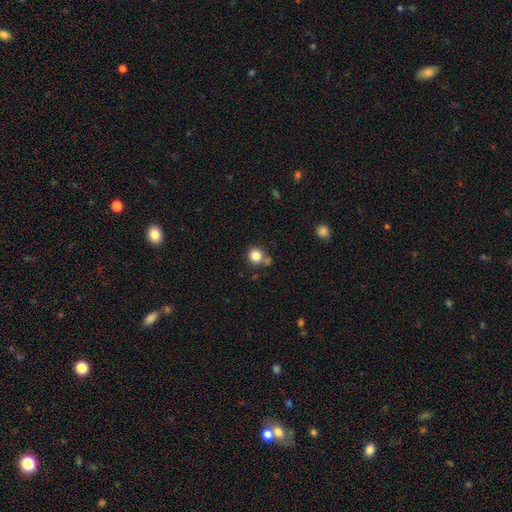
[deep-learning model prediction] Morphology: type=smooth (84%); roundness=round (89%); merging=none (66%).